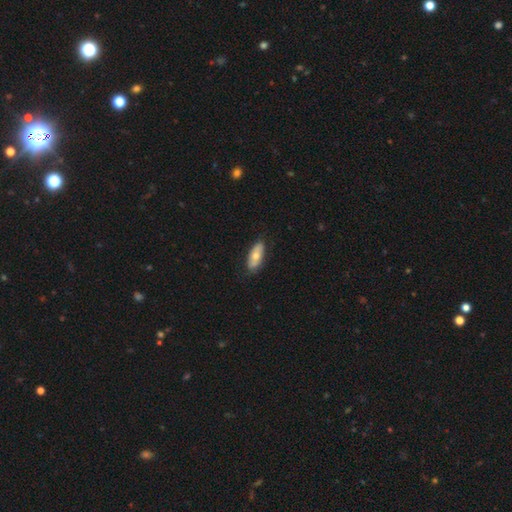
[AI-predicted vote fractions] Smooth or featured: smooth — 66% (featured or disk — 29%)
How rounded: in between — 79% (cigar-shaped — 18%)
Merging: none — 82% (minor disturbance — 15%)